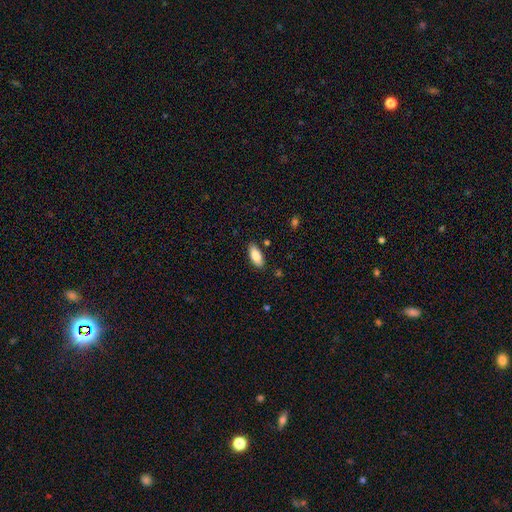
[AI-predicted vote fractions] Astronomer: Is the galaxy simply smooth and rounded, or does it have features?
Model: smooth — 85%.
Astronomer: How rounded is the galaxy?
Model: in between — 83%.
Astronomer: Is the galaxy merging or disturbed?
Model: none — 85%.